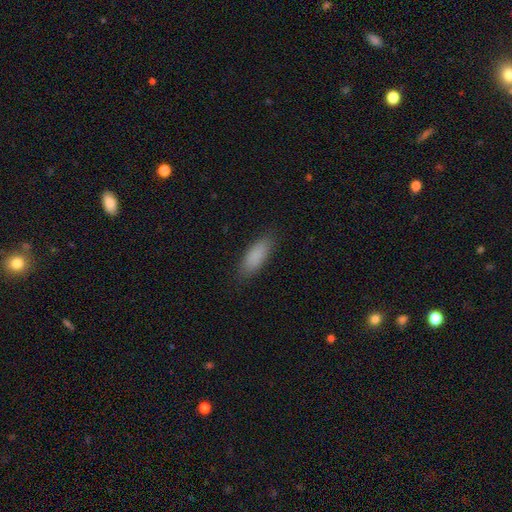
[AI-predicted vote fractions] smooth 87%, star or artifact 7%, featured or disk 6%. Down the decision tree: how rounded — in between (65%); merging — none (85%).